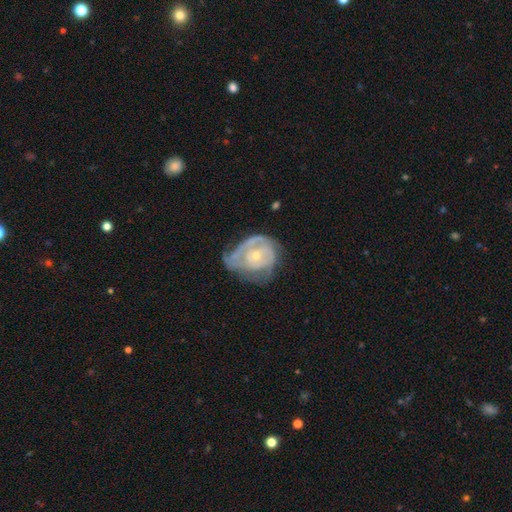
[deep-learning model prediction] smooth_or_featured: featured or disk (p=0.76) [alt: smooth p=0.18]
disk_edge_on: no (p=0.97) [alt: yes p=0.03]
bar: no (p=0.76) [alt: weak p=0.19]
has_spiral_arms: yes (p=0.77) [alt: no p=0.23]
spiral_winding: tight (p=0.61) [alt: medium p=0.29]
spiral_arm_count: can't tell (p=0.40) [alt: 2 p=0.28]
bulge_size: small (p=0.64) [alt: moderate p=0.32]
merging: none (p=0.38) [alt: minor disturbance p=0.30]